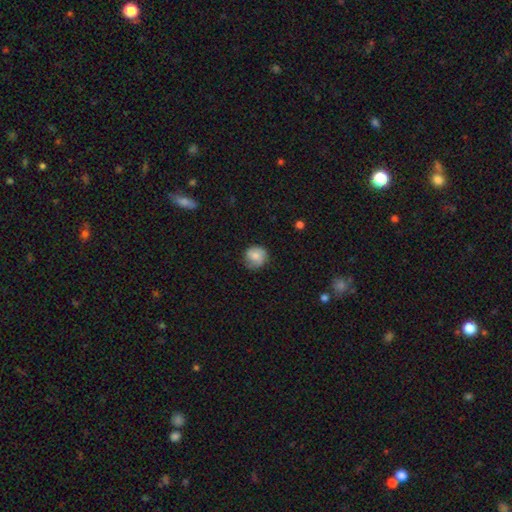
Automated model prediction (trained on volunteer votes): Q: Smooth or featured?
A: smooth (70%); runner-up: featured or disk (23%)
Q: How rounded?
A: round (86%); runner-up: in between (13%)
Q: Merging?
A: none (70%); runner-up: minor disturbance (23%)